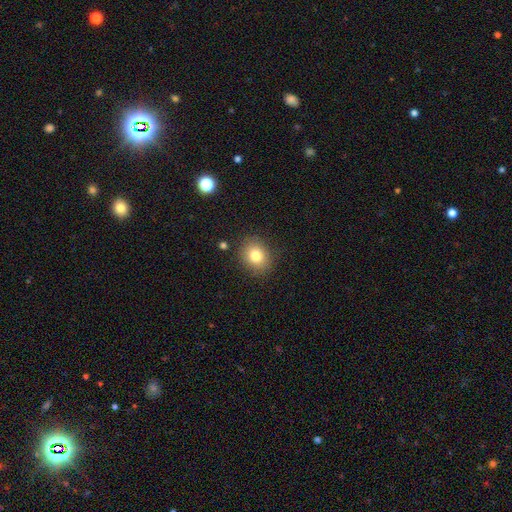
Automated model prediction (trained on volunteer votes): This is likely a smooth galaxy (79%). How rounded: likely round (67%). Merging: clearly none (86%).